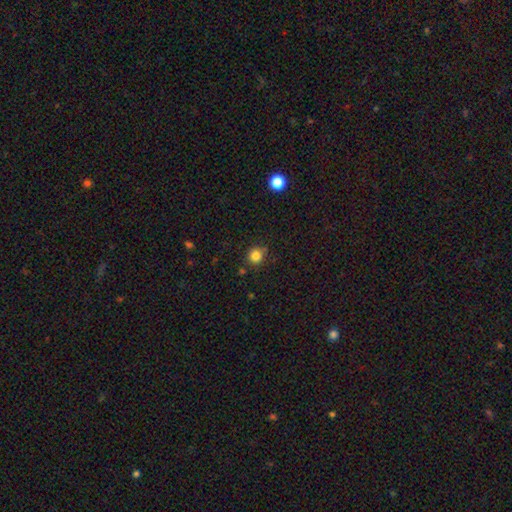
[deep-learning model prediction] Smooth or featured? smooth (83%)
How rounded? round (89%)
Merging? none (81%)